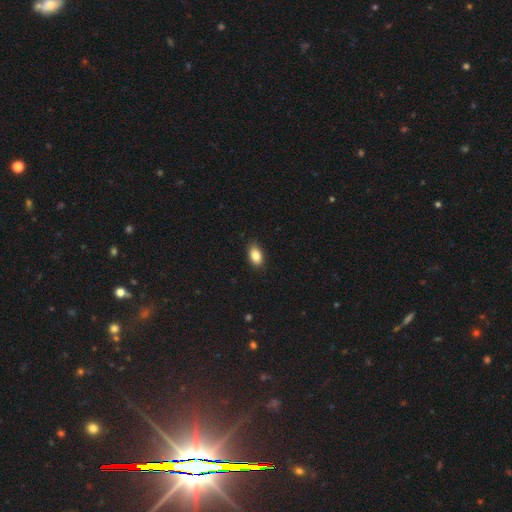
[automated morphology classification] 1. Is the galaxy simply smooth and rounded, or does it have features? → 86% smooth, 8% star or artifact, 6% featured or disk.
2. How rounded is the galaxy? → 90% in between, 8% round, 2% cigar-shaped.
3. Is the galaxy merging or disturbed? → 87% none, 10% minor disturbance, 2% major disturbance, 1% merger.